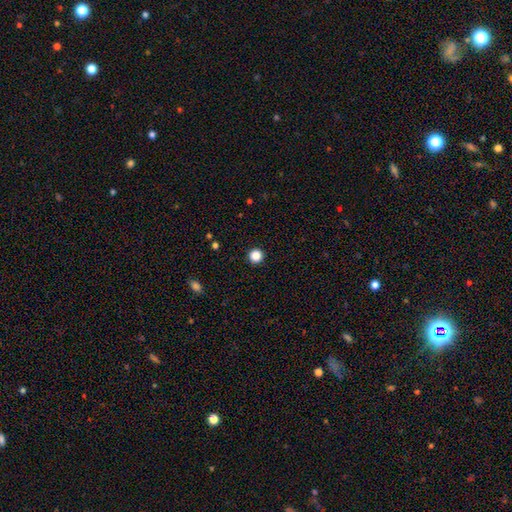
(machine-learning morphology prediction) smooth 86%, star or artifact 11%, featured or disk 3%. Down the decision tree: how rounded — round (96%); merging — none (94%).